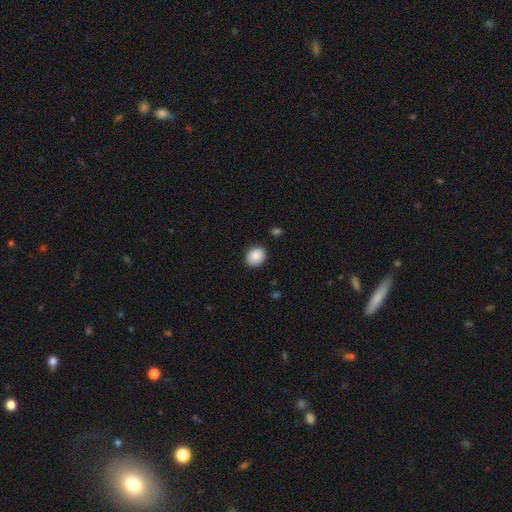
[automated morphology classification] The model was most divided on "how rounded": round: 62%, in between: 37%, cigar-shaped: 1%. More confident: smooth or featured — smooth (88%); merging — none (87%).